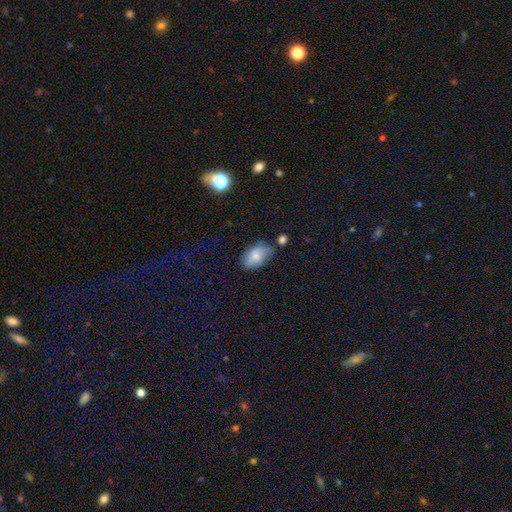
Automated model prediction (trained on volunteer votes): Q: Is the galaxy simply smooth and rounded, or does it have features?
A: smooth — 76%.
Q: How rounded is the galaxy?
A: in between — 91%.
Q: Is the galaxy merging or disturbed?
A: none — 57%.